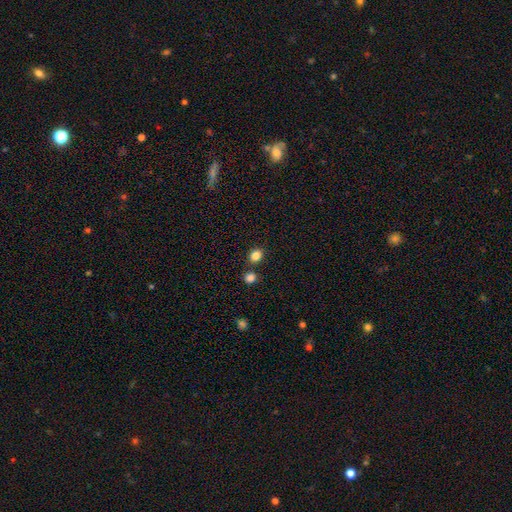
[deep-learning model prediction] smooth 85%, star or artifact 11%, featured or disk 4%. Down the decision tree: how rounded — round (55%); merging — none (79%).